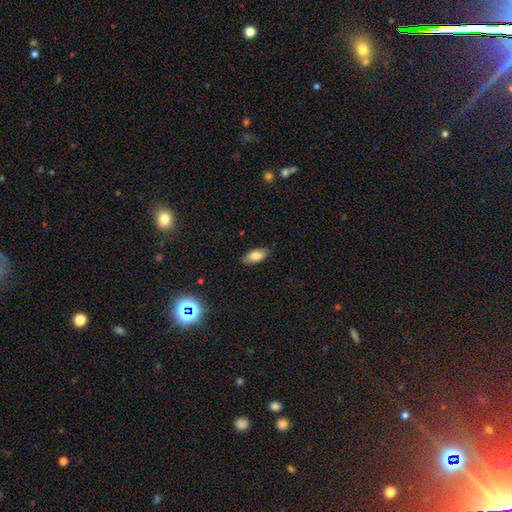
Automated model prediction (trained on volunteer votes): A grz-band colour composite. It shows a smooth galaxy with no disk features (79%) that is in between round and cigar-shaped (87%). Merging: none (82%).